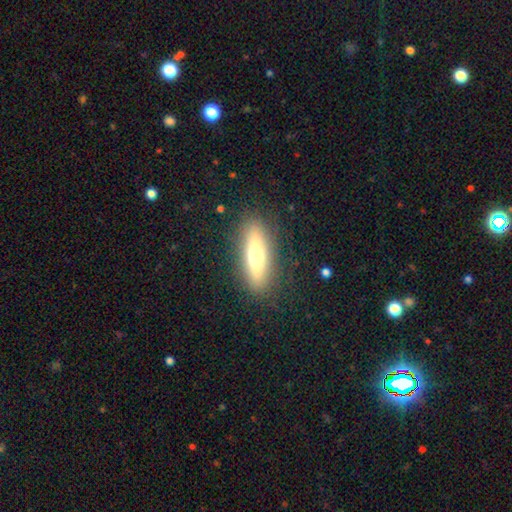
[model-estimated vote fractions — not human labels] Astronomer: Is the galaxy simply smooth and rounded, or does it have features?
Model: smooth — 56% (runner-up: featured or disk, 36%).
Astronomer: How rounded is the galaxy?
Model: cigar-shaped — 56% (runner-up: in between, 41%).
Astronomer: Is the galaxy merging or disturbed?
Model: none — 86%.